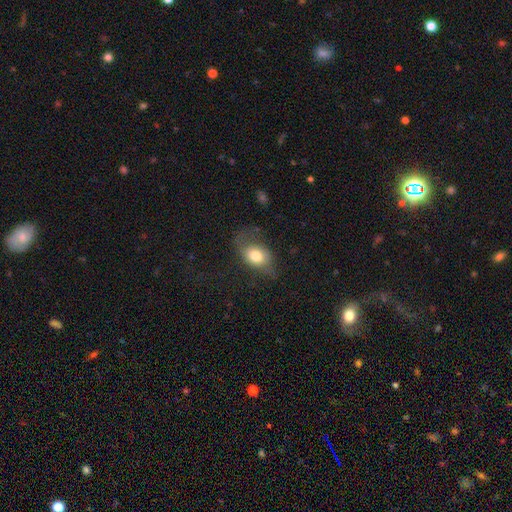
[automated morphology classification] Overall: smooth (69%). How rounded: in between (69%). Merging: none (46%; minor disturbance 28%).